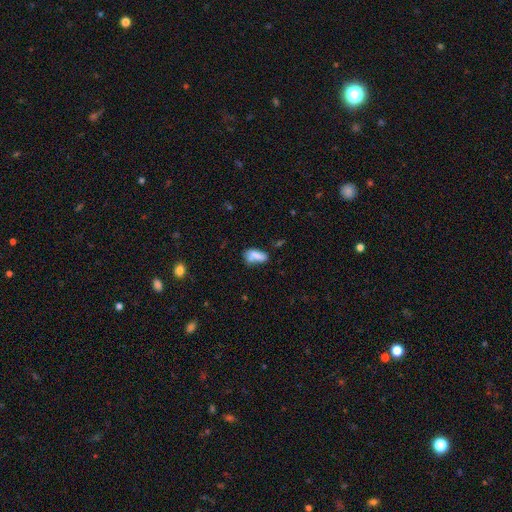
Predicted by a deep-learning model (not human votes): smooth-or-featured: smooth: 70% | featured or disk: 20% | star or artifact: 10%
  how-rounded: in between: 81% | cigar-shaped: 14% | round: 5%
  merging: none: 37% | merger: 32% | minor disturbance: 21% | major disturbance: 11%